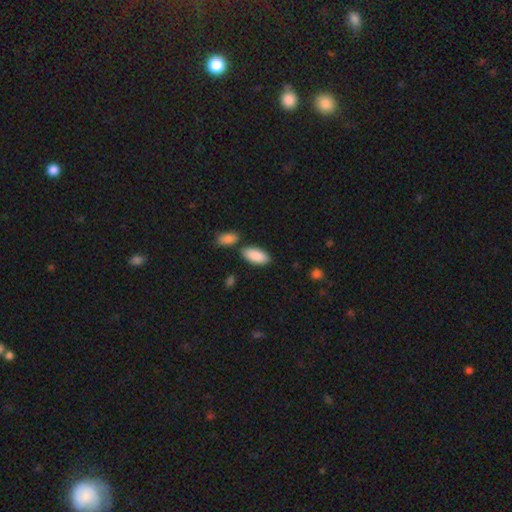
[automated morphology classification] smooth 90%, star or artifact 5%, featured or disk 5%. Down the decision tree: how rounded — in between (91%); merging — none (75%).